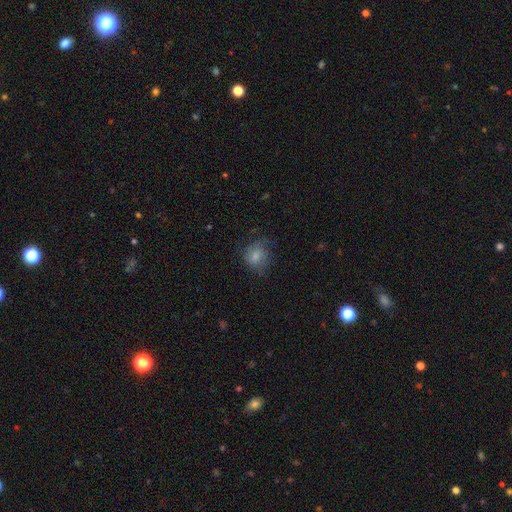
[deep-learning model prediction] smooth-or-featured: smooth: 74% | featured or disk: 16% | star or artifact: 9%
  how-rounded: round: 72% | in between: 27% | cigar-shaped: 1%
  merging: none: 60% | minor disturbance: 25% | major disturbance: 14% | merger: 1%